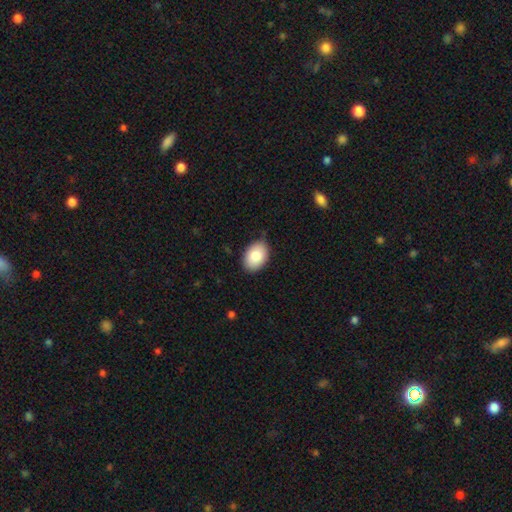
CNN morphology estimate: smooth 86%, featured or disk 8%, star or artifact 7%. Down the decision tree: how rounded — in between (87%); merging — none (82%).